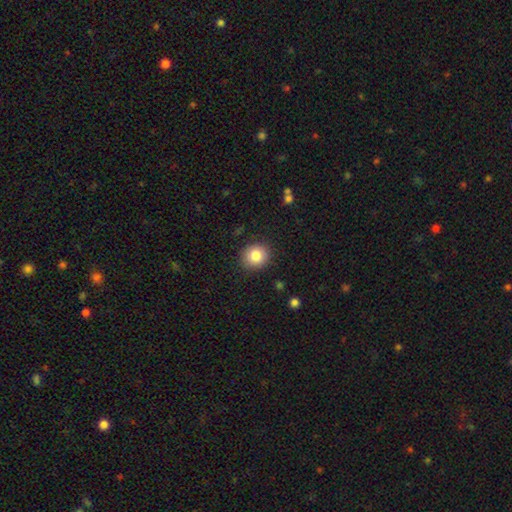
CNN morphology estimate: Smooth or featured? Predicted: smooth (p=0.84). How rounded? Predicted: round (p=0.79). Merging? Predicted: none (p=0.89).